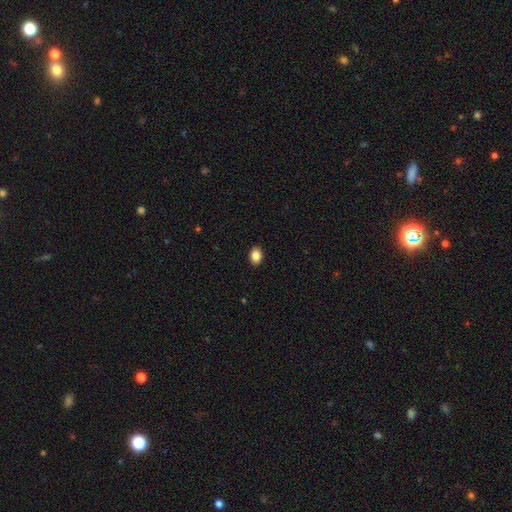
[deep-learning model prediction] This is clearly a smooth galaxy (87%). How rounded: likely in between (74%). Merging: clearly none (91%).